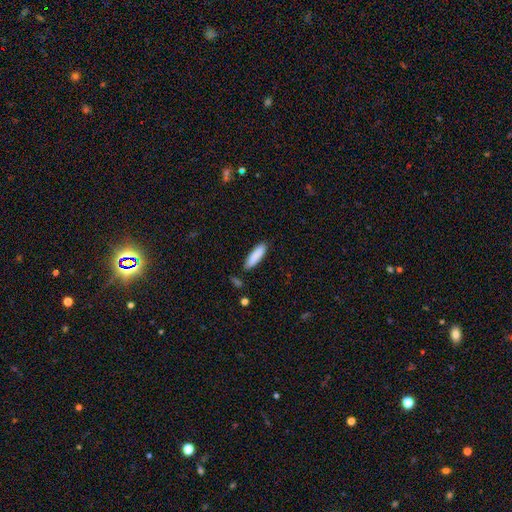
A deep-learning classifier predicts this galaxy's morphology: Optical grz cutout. It shows a smooth galaxy with no disk features (88%) that is cigar-shaped (58%). Merging: none (85%).